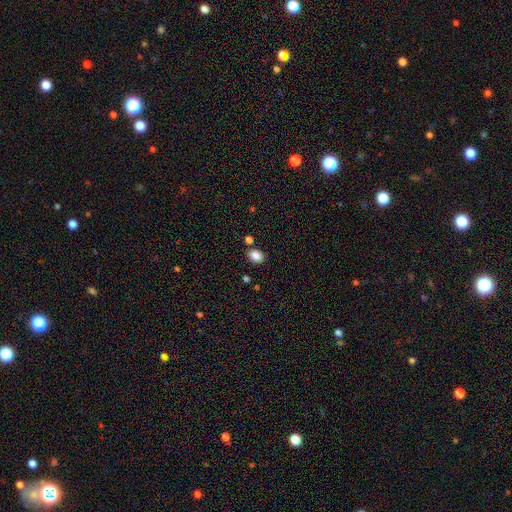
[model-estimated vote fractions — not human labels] A smooth galaxy with no disk features (86%) that is in between round and cigar-shaped (64%). Merging: none (79%).